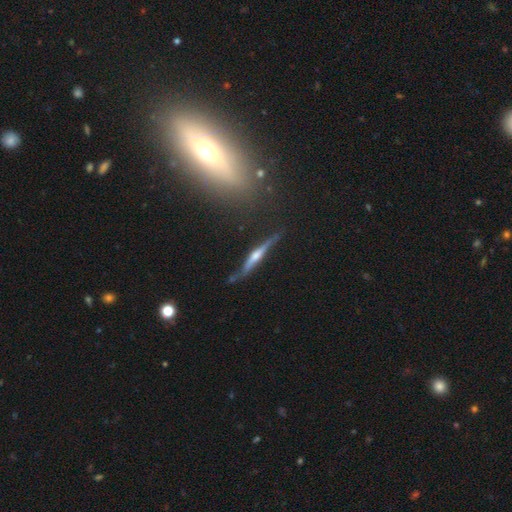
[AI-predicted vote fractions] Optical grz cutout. It shows a featured or disk galaxy (76%) viewed edge-on (95%) with a rounded central bulge (77%). Merging: none (76%).